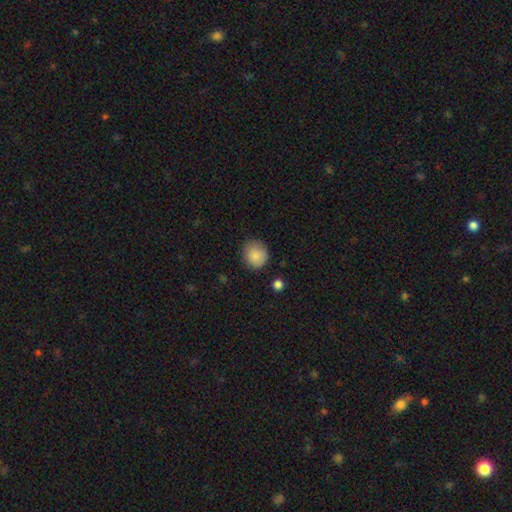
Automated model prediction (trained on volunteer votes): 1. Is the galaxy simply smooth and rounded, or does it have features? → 86% smooth, 8% star or artifact, 6% featured or disk.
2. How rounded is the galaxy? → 80% round, 19% in between, 1% cigar-shaped.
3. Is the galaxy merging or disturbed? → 79% none, 16% minor disturbance, 4% major disturbance, 2% merger.